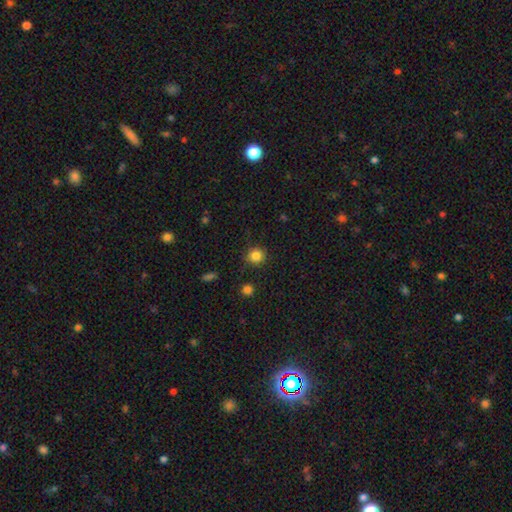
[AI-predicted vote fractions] A smooth galaxy with no disk features (83%) that is round (90%).

Vote fractions:
- Smooth or featured? smooth: 83% / star or artifact: 12% / featured or disk: 5%
- How rounded? round: 90% / in between: 9% / cigar-shaped: 1%
- Merging? none: 84% / minor disturbance: 11% / major disturbance: 3% / merger: 2%